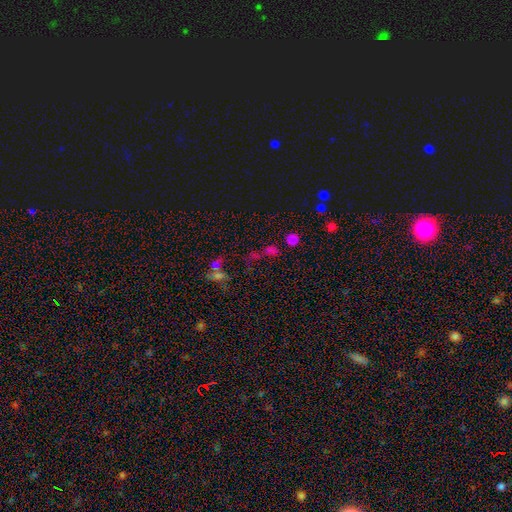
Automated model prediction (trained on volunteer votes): Smooth or featured?
  - smooth: 43% * (tied)
  - star or artifact: 43% * (tied)
  - featured or disk: 13%
Merging?
  - none: 46% *
  - merger: 29%
  - major disturbance: 13%
  - minor disturbance: 12%